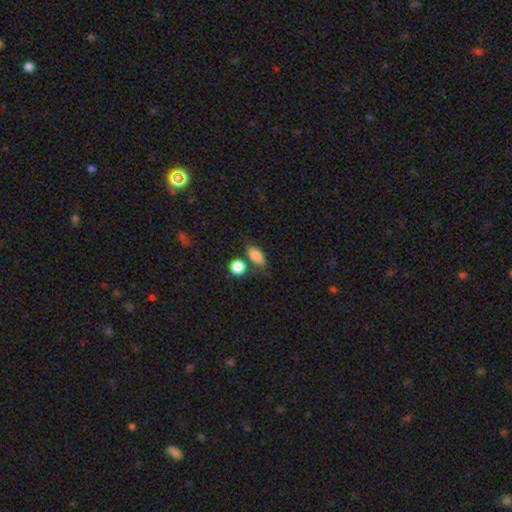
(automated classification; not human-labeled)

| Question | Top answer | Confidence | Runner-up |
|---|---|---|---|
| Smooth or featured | smooth | 83% | star or artifact (9%) |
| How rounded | in between | 78% | round (14%) |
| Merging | none | 60% | minor disturbance (18%) |